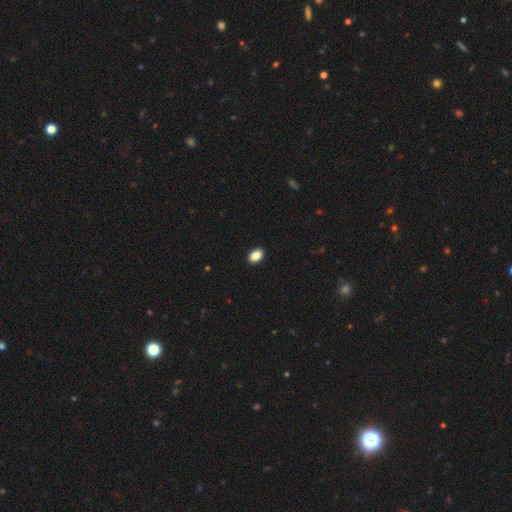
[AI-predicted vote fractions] Smooth or featured: smooth — 87% (star or artifact — 8%)
How rounded: in between — 84% (round — 14%)
Merging: none — 91% (minor disturbance — 6%)